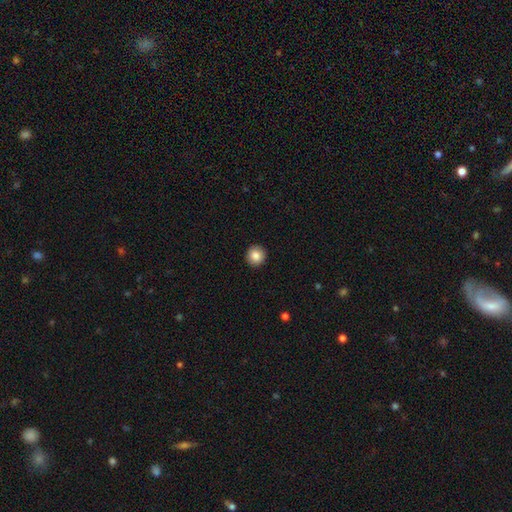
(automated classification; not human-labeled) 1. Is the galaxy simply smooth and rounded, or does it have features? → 86% smooth, 8% star or artifact, 5% featured or disk.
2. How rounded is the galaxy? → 94% round, 5% in between, 1% cigar-shaped.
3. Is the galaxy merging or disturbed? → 93% none, 5% minor disturbance, 1% major disturbance, 1% merger.